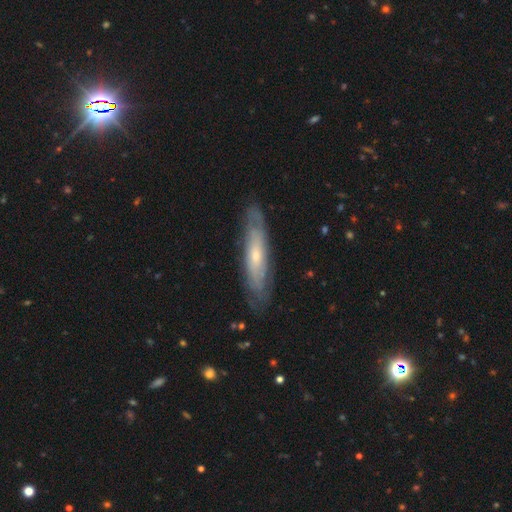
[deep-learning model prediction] Smooth or featured?
  - featured or disk: 63% *
  - smooth: 31%
  - star or artifact: 6%
Edge-on disk?
  - no: 50% * (tied)
  - yes: 50% * (tied)
Merging?
  - none: 81% *
  - minor disturbance: 15%
  - major disturbance: 3%
  - merger: 1%